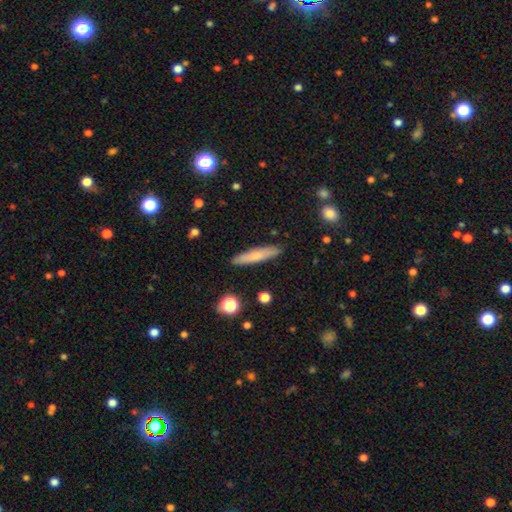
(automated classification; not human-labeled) smooth-or-featured: smooth: 70% | featured or disk: 24% | star or artifact: 7%
  how-rounded: cigar-shaped: 88% | in between: 10% | round: 2%
  merging: none: 89% | minor disturbance: 8% | major disturbance: 2% | merger: 1%